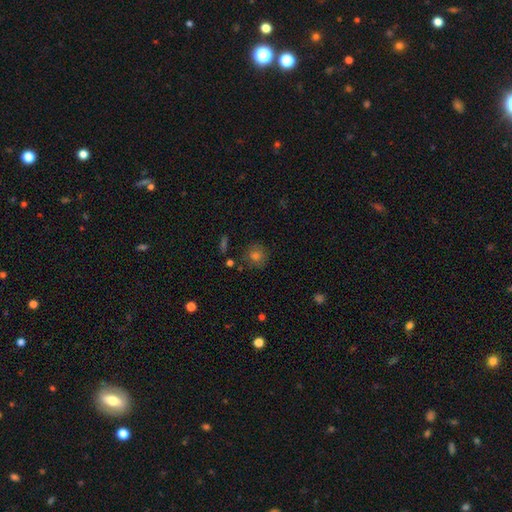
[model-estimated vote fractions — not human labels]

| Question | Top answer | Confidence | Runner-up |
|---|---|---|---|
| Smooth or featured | smooth | 72% | star or artifact (18%) |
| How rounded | round | 90% | in between (9%) |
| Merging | none | 83% | minor disturbance (11%) |